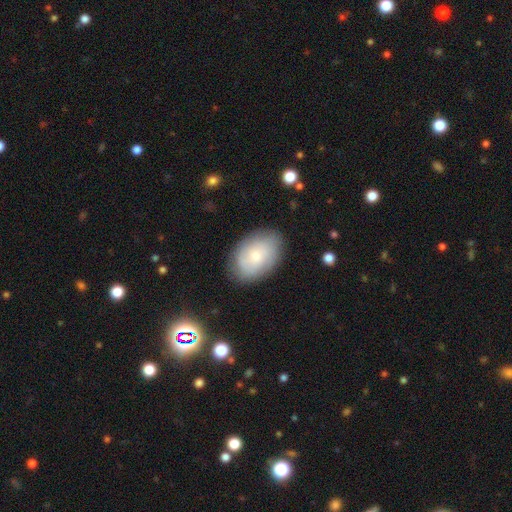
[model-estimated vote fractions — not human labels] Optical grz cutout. It shows a smooth galaxy with no disk features (60%) that is in between round and cigar-shaped (85%). Merging: none (80%).